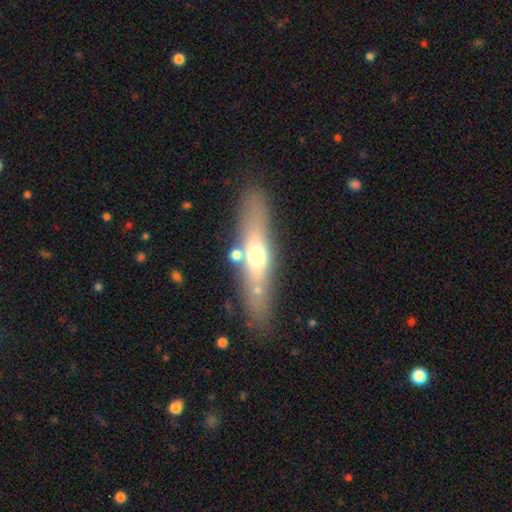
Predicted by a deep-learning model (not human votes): The model was most divided on "smooth or featured": smooth: 50%, featured or disk: 43%, star or artifact: 7%. More confident: merging — none (78%).